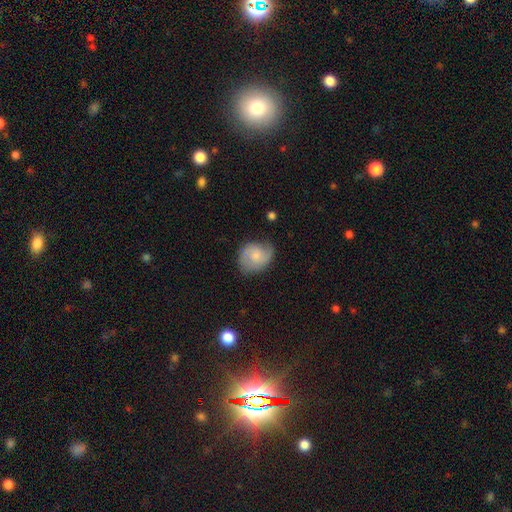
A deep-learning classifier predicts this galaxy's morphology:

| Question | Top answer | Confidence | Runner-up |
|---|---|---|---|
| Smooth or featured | smooth | 49% | featured or disk (44%) |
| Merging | none | 60% | minor disturbance (29%) |